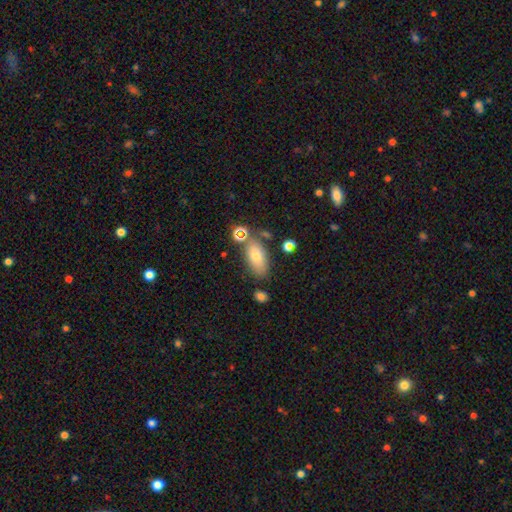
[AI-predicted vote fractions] smooth_or_featured: smooth (p=0.73) [alt: featured or disk p=0.17]
how_rounded: in between (p=0.86) [alt: cigar-shaped p=0.09]
merging: none (p=0.72) [alt: minor disturbance p=0.15]